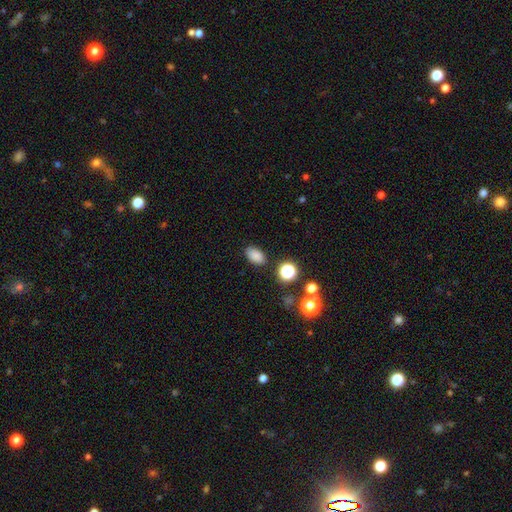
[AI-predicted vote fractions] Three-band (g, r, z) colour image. It shows a smooth galaxy with no disk features (82%) that is in between round and cigar-shaped (87%). Merging: none (85%).